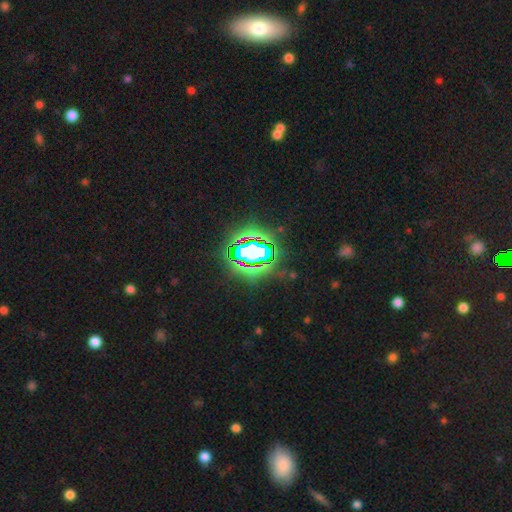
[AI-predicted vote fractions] This is likely a star or artifact rather than a galaxy (67%).